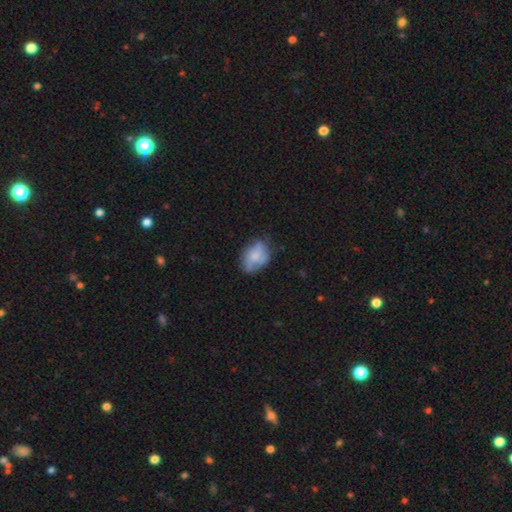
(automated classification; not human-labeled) Smooth or featured: smooth — 50% (featured or disk — 42%)
Merging: none — 52% (minor disturbance — 30%)